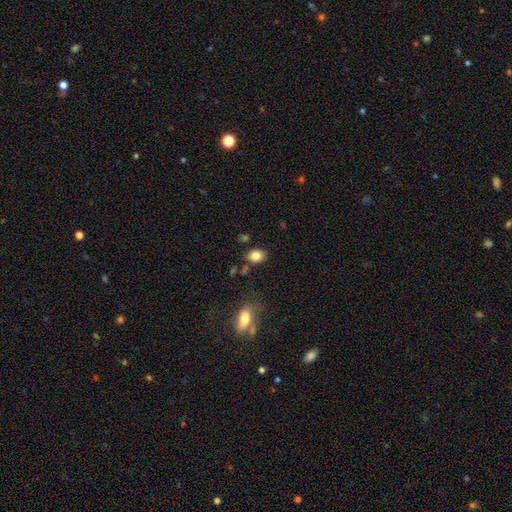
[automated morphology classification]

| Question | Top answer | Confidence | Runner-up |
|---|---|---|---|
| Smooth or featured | smooth | 84% | star or artifact (9%) |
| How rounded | in between | 60% | round (38%) |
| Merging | none | 80% | minor disturbance (12%) |